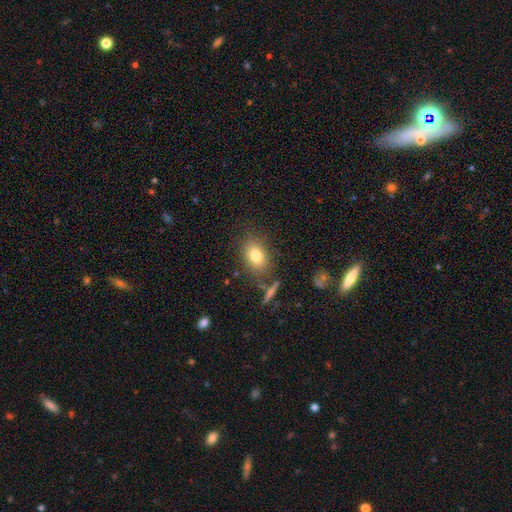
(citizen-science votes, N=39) Smooth or featured? smooth (79%)
How rounded? in between (77%)
Merging? none (81%)